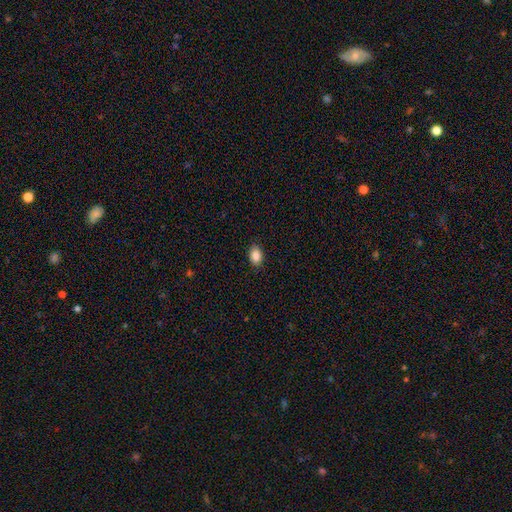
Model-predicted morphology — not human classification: This appears to be a smooth galaxy with no disk features (88%) that is in between round and cigar-shaped (85%). Merging: none (87%).